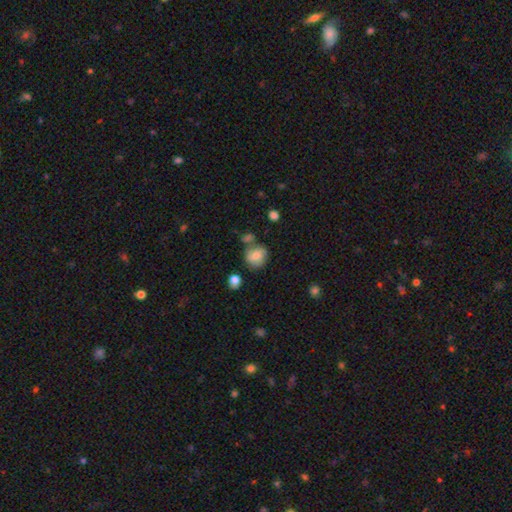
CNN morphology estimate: smooth 73%, featured or disk 18%, star or artifact 9%. Down the decision tree: how rounded — round (74%); merging — none (61%).